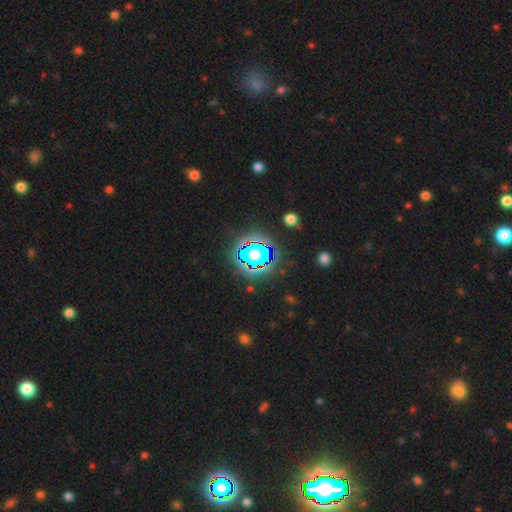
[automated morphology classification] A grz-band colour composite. It shows a star or artifact, not a galaxy (61%).